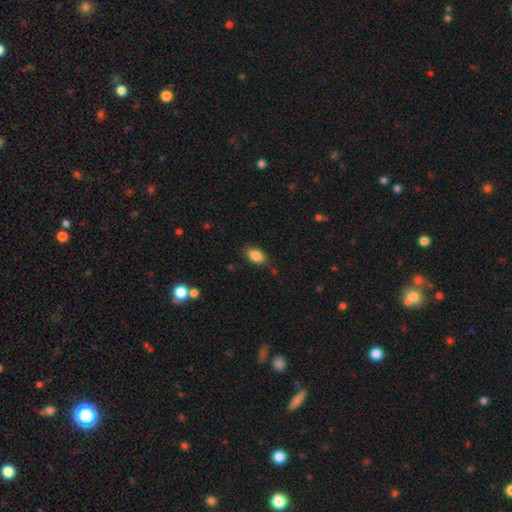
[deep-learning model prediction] Smooth or featured?
  - smooth: 86% *
  - star or artifact: 8%
  - featured or disk: 6%
How rounded?
  - in between: 90% *
  - round: 7%
  - cigar-shaped: 2%
Merging?
  - none: 83% *
  - minor disturbance: 12%
  - major disturbance: 3%
  - merger: 2%